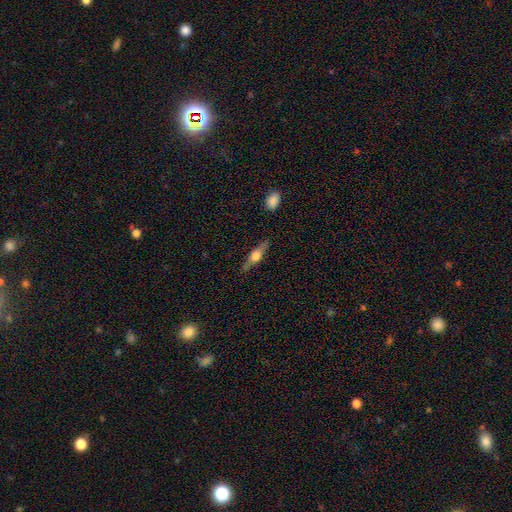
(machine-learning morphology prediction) Smooth or featured? Predicted: featured or disk (p=0.61). Edge-on disk? Predicted: yes (p=0.95). Edge-on bulge? Predicted: rounded (p=0.92). Merging? Predicted: none (p=0.85).